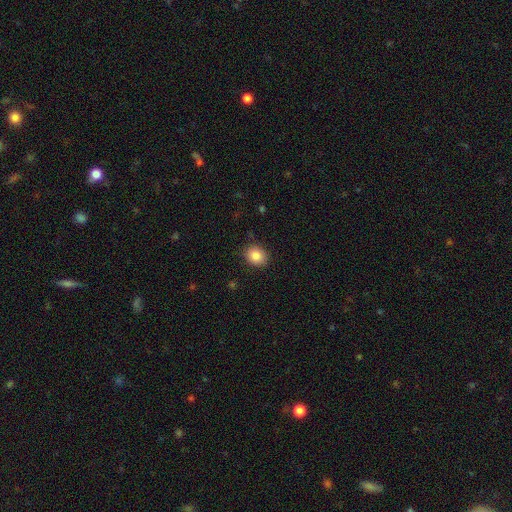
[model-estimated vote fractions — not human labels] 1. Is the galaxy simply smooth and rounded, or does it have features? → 86% smooth, 9% star or artifact, 5% featured or disk.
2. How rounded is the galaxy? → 60% round, 39% in between, 1% cigar-shaped.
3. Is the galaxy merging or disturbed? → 88% none, 9% minor disturbance, 2% major disturbance, 1% merger.